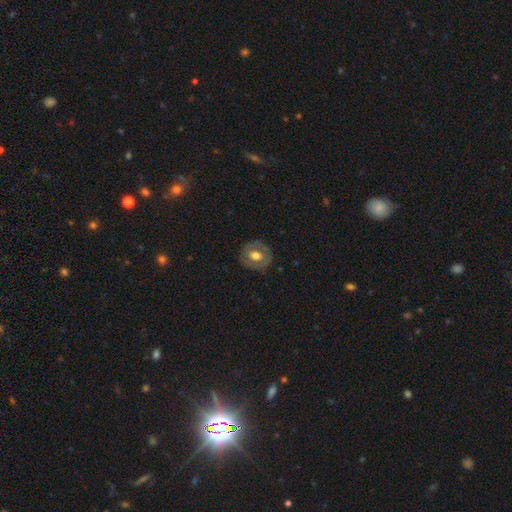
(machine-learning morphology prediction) Smooth or featured? smooth (49%)
Merging? none (82%)